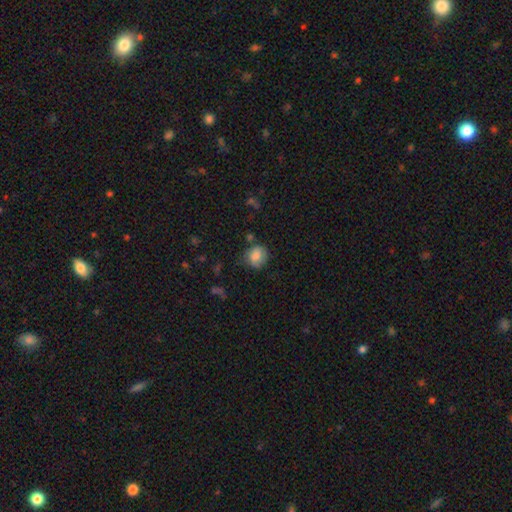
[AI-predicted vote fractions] smooth 77%, featured or disk 15%, star or artifact 8%. Down the decision tree: how rounded — round (71%); merging — none (64%).